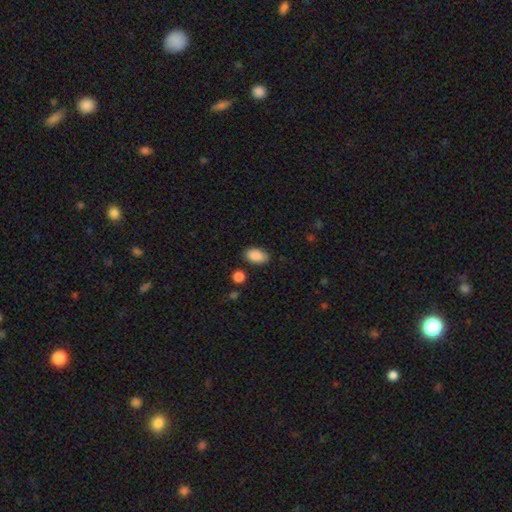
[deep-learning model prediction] smooth-or-featured: smooth: 89% | star or artifact: 7% | featured or disk: 3%
  how-rounded: in between: 92% | round: 6% | cigar-shaped: 2%
  merging: none: 84% | minor disturbance: 11% | major disturbance: 3% | merger: 3%